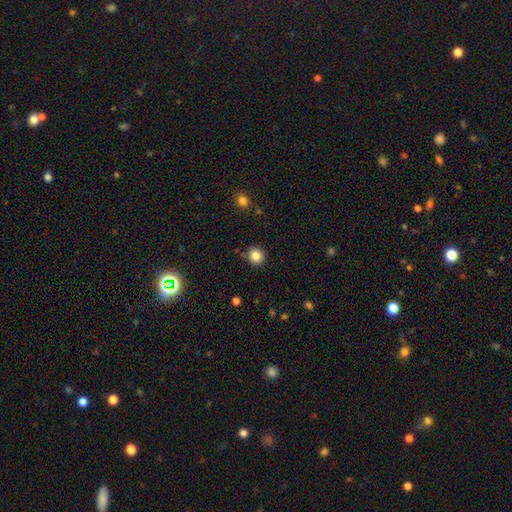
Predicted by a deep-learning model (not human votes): A smooth galaxy with no disk features (84%) that is round (92%).

Vote fractions:
- Smooth or featured? smooth: 84% / star or artifact: 11% / featured or disk: 5%
- How rounded? round: 92% / in between: 8% / cigar-shaped: 1%
- Merging? none: 89% / minor disturbance: 7% / merger: 2% / major disturbance: 2%